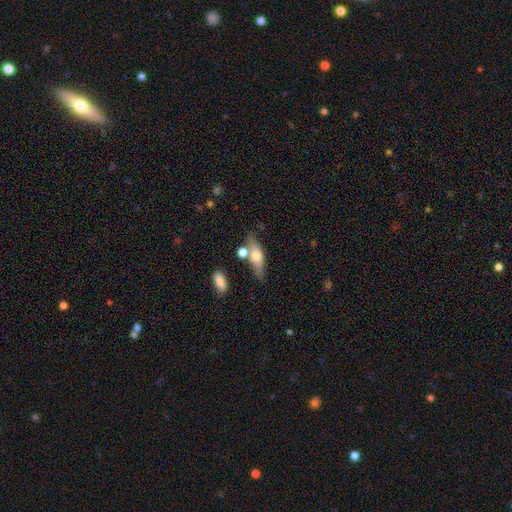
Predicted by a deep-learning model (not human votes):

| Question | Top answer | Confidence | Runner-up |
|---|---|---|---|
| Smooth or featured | smooth | 56% | featured or disk (36%) |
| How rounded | in between | 53% | cigar-shaped (42%) |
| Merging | none | 65% | minor disturbance (16%) |